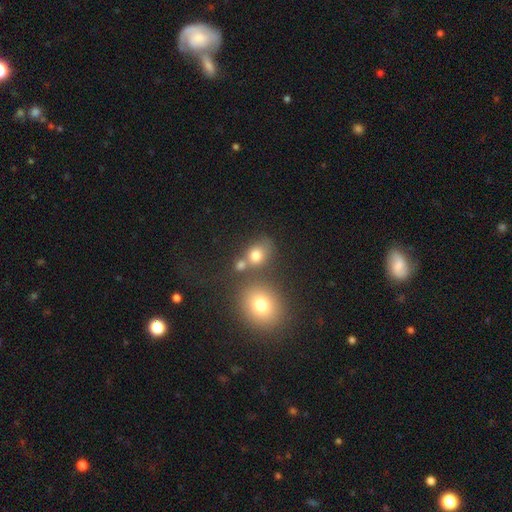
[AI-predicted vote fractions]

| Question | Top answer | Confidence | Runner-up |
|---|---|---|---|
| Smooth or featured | smooth | 74% | star or artifact (15%) |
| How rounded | round | 60% | in between (39%) |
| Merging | none | 53% | merger (29%) |